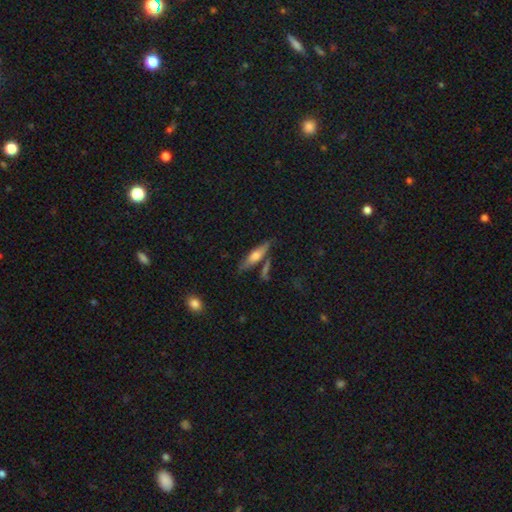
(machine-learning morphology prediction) Smooth or featured: smooth — 54% (featured or disk — 40%)
How rounded: cigar-shaped — 71% (in between — 27%)
Merging: none — 73% (minor disturbance — 14%)